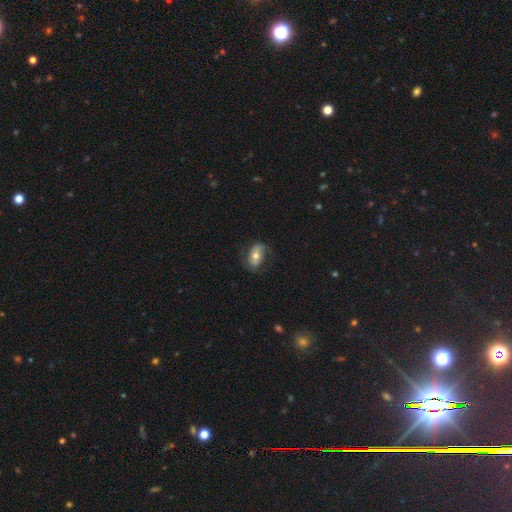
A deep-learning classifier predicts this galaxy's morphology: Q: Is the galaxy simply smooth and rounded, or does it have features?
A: smooth — 47%.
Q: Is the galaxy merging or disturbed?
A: none — 66%.